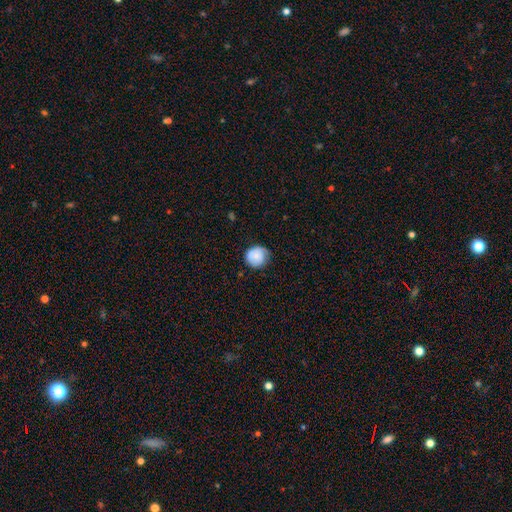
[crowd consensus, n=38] Morphology: type=smooth (63%); roundness=round (96%); merging=none (56%).